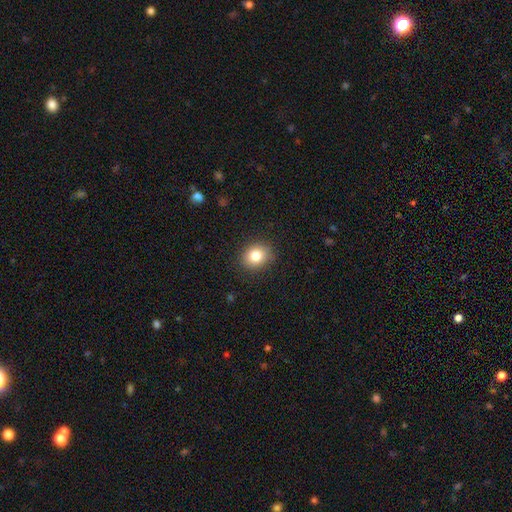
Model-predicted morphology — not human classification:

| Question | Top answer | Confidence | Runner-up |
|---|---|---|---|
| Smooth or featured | smooth | 83% | star or artifact (10%) |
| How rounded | round | 65% | in between (34%) |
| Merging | none | 88% | minor disturbance (8%) |